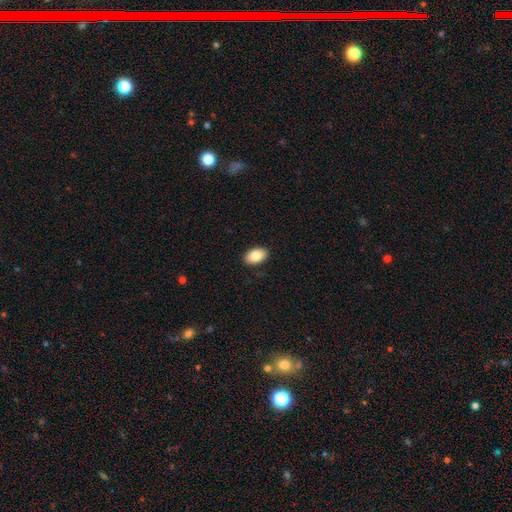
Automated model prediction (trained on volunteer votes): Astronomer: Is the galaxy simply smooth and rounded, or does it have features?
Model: smooth — 85%.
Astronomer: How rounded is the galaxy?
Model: in between — 93%.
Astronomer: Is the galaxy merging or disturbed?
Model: none — 89%.